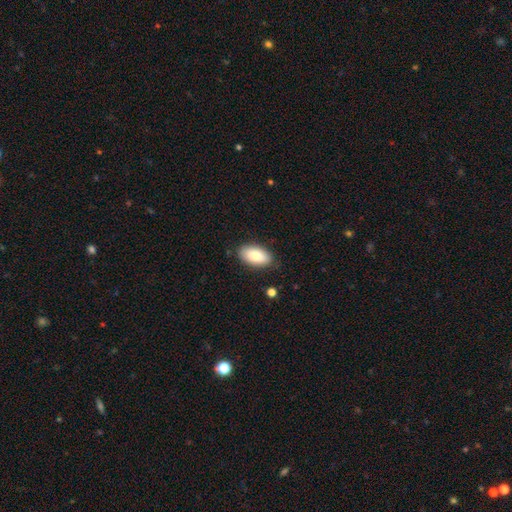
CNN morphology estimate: This is clearly a smooth galaxy (85%). How rounded: clearly in between (94%). Merging: clearly none (84%).